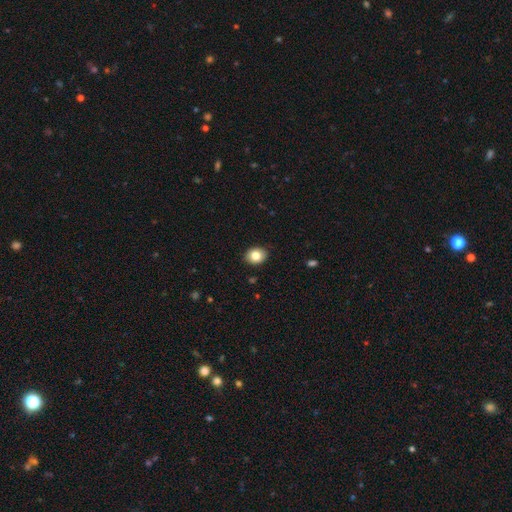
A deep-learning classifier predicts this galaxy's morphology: A smooth galaxy with no disk features (82%) that is in between round and cigar-shaped (52%).

Vote fractions:
- Smooth or featured? smooth: 82% / featured or disk: 10% / star or artifact: 9%
- How rounded? in between: 52% / round: 47% / cigar-shaped: 1%
- Merging? none: 89% / minor disturbance: 8% / major disturbance: 2% / merger: 1%